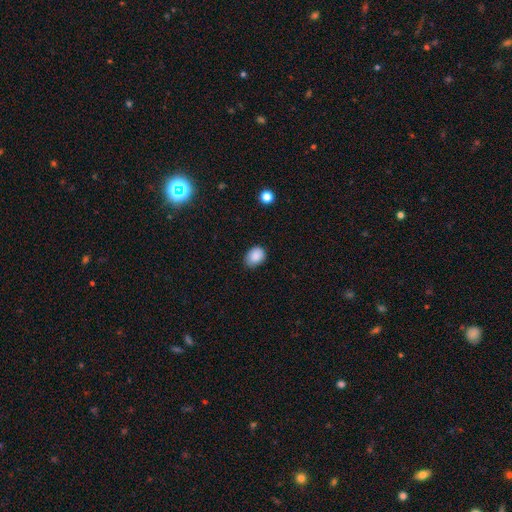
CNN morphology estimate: A smooth galaxy with no disk features (88%) that is in between round and cigar-shaped (63%).

Vote fractions:
- Smooth or featured? smooth: 88% / star or artifact: 8% / featured or disk: 4%
- How rounded? in between: 63% / round: 36% / cigar-shaped: 1%
- Merging? none: 71% / minor disturbance: 24% / major disturbance: 4% / merger: 1%